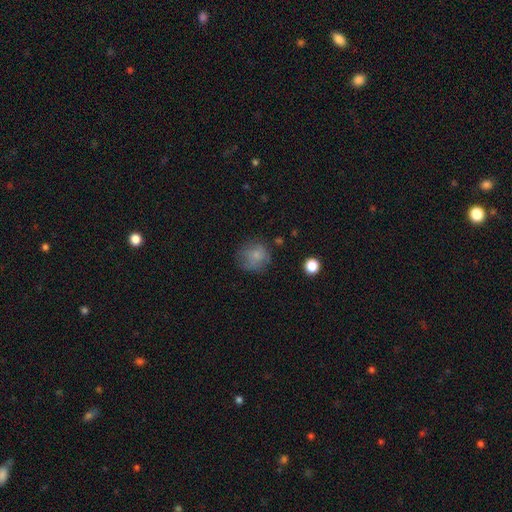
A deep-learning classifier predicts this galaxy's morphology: smooth_or_featured: smooth (p=0.74) [alt: featured or disk p=0.15]
how_rounded: round (p=0.84) [alt: in between p=0.15]
merging: none (p=0.62) [alt: minor disturbance p=0.24]